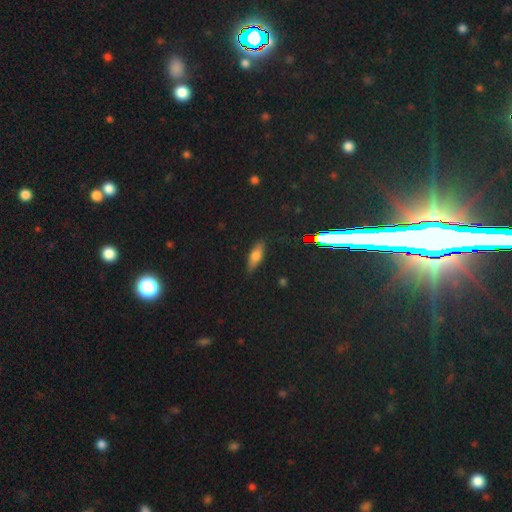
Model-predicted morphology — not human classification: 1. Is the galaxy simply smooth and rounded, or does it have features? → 63% smooth, 23% featured or disk, 14% star or artifact.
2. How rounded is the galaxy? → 64% in between, 31% cigar-shaped, 4% round.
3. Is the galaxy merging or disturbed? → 84% none, 12% minor disturbance, 3% major disturbance, 1% merger.